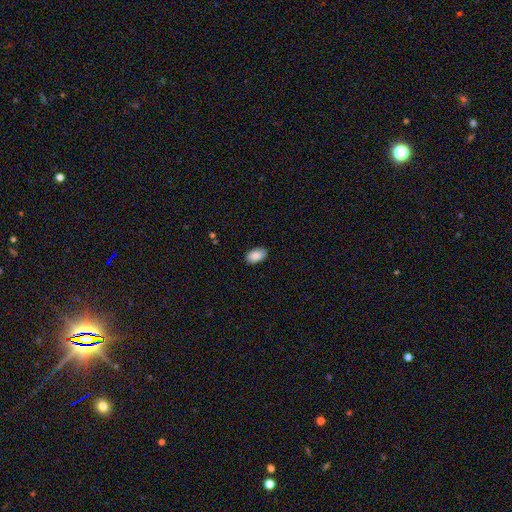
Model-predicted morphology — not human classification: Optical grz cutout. It shows a smooth galaxy with no disk features (89%) that is in between round and cigar-shaped (93%). Merging: none (87%).